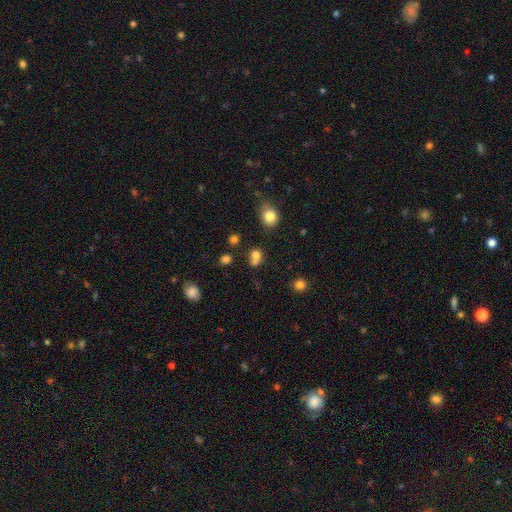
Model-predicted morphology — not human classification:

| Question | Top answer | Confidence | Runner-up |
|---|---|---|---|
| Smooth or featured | smooth | 74% | star or artifact (15%) |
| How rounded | round | 68% | in between (30%) |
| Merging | merger | 41% | tied: none (41%) |